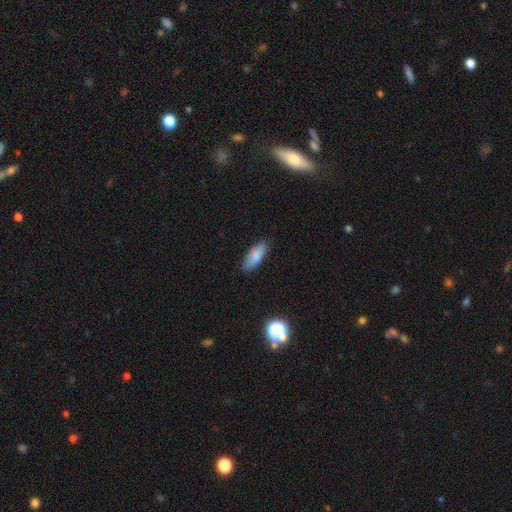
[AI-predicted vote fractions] Morphology: type=smooth (82%); roundness=in between (75%); merging=none (85%).